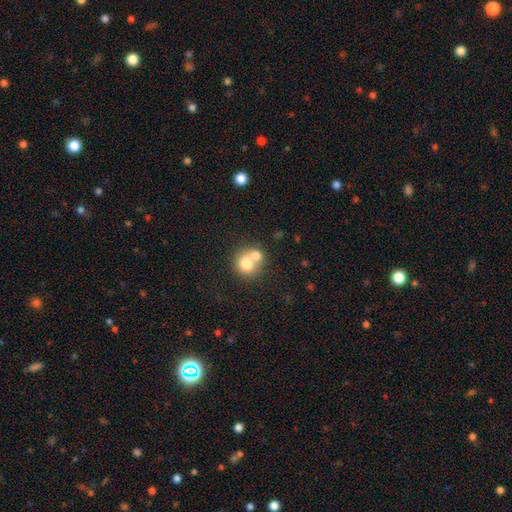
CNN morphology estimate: smooth-or-featured: smooth: 71% | featured or disk: 19% | star or artifact: 10%
  how-rounded: round: 79% | in between: 21% | cigar-shaped: 1%
  merging: merger: 61% | none: 31% | minor disturbance: 6% | major disturbance: 3%